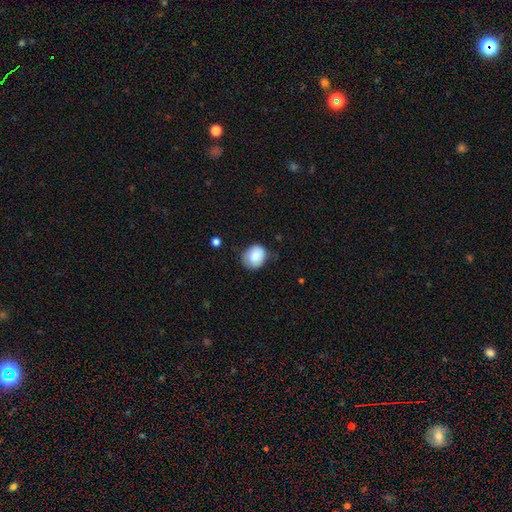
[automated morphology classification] A smooth galaxy with no disk features (83%) that is round (62%).

Vote fractions:
- Smooth or featured? smooth: 83% / featured or disk: 9% / star or artifact: 7%
- How rounded? round: 62% / in between: 37% / cigar-shaped: 1%
- Merging? none: 66% / minor disturbance: 27% / major disturbance: 6% / merger: 2%